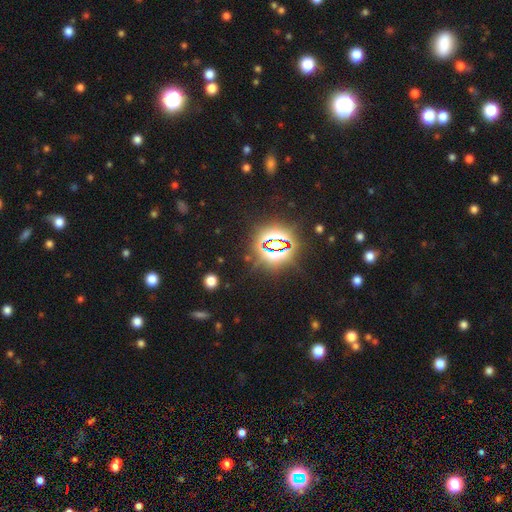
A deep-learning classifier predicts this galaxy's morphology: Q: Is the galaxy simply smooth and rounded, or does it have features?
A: star or artifact — 79%.